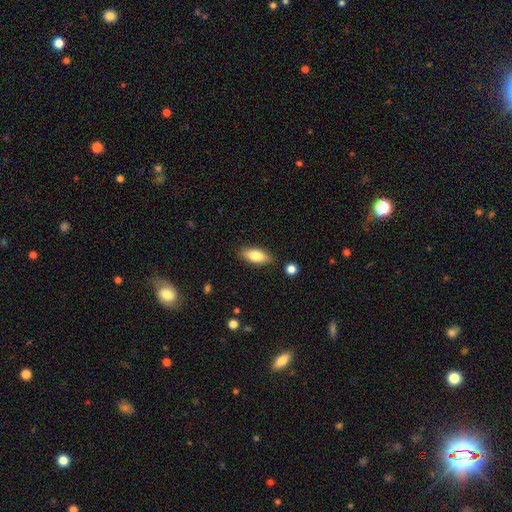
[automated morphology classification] Smooth or featured? Predicted: smooth (p=0.77). How rounded? Predicted: in between (p=0.78). Merging? Predicted: none (p=0.85).